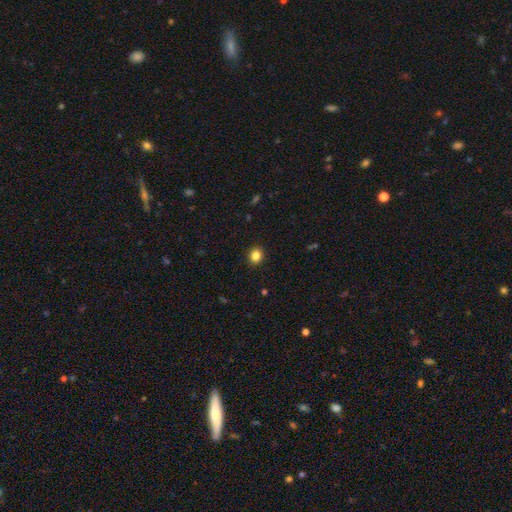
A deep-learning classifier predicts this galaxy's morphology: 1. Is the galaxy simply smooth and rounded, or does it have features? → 84% smooth, 11% star or artifact, 5% featured or disk.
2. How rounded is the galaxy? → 78% round, 21% in between, 1% cigar-shaped.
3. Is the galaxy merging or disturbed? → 92% none, 6% minor disturbance, 2% major disturbance, 1% merger.